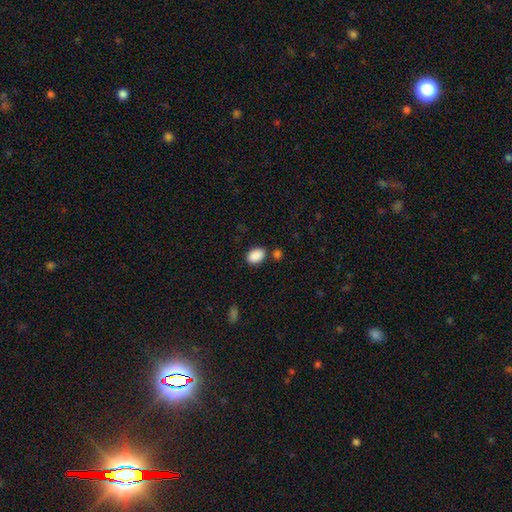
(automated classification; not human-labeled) Q: Smooth or featured?
A: smooth (89%); runner-up: star or artifact (8%)
Q: How rounded?
A: in between (81%); runner-up: round (18%)
Q: Merging?
A: none (76%); runner-up: minor disturbance (12%)